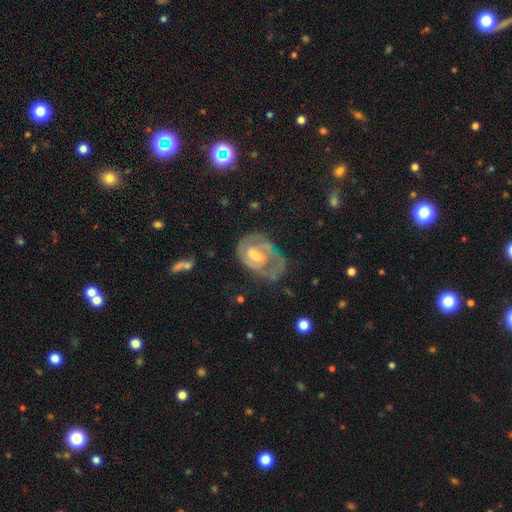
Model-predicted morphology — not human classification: featured or disk 72%, smooth 21%, star or artifact 7%. Down the decision tree: edge-on disk — no (97%); bar — no (54%); spiral arms — yes (75%); spiral arm count — 2 (38%); spiral winding — tight (44%); bulge size — small (50%); merging — none (36%).